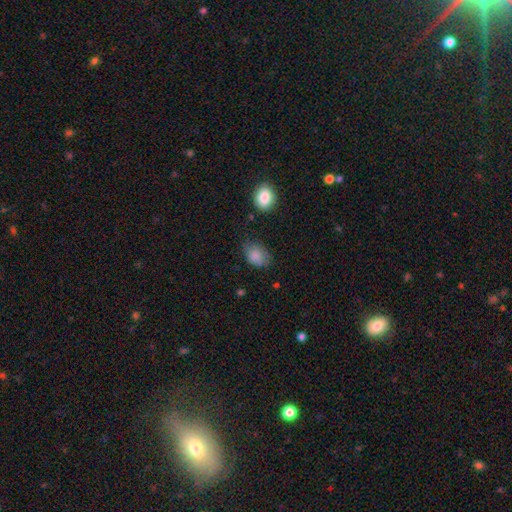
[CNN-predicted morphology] The model was most divided on "merging": none: 56%, minor disturbance: 33%, major disturbance: 9%, merger: 2%. More confident: smooth or featured — smooth (84%); how rounded — in between (75%).